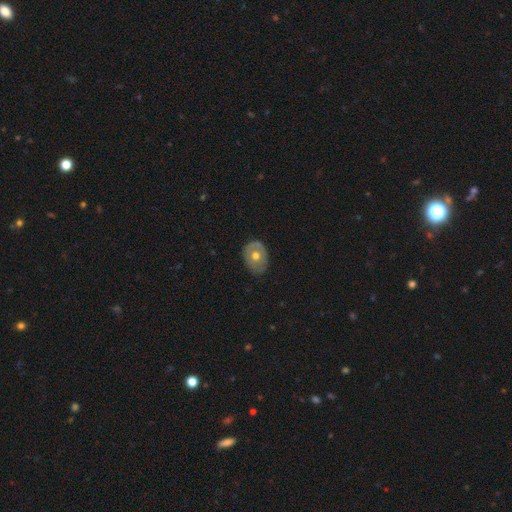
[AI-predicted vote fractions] Q: Smooth or featured?
A: smooth (47%); runner-up: featured or disk (46%)
Q: Merging?
A: none (72%); runner-up: minor disturbance (22%)